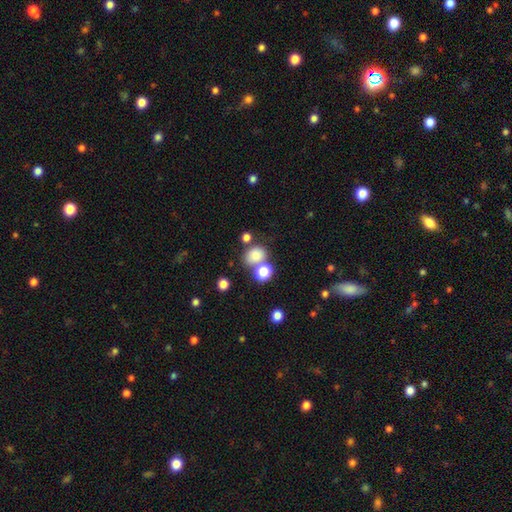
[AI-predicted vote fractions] smooth 77%, star or artifact 14%, featured or disk 9%. Down the decision tree: how rounded — round (58%); merging — none (57%).